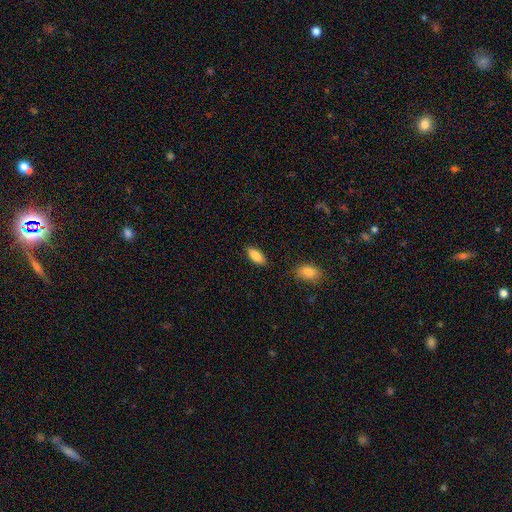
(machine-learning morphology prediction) Smooth or featured? Predicted: smooth (p=0.86). How rounded? Predicted: in between (p=0.81). Merging? Predicted: none (p=0.86).